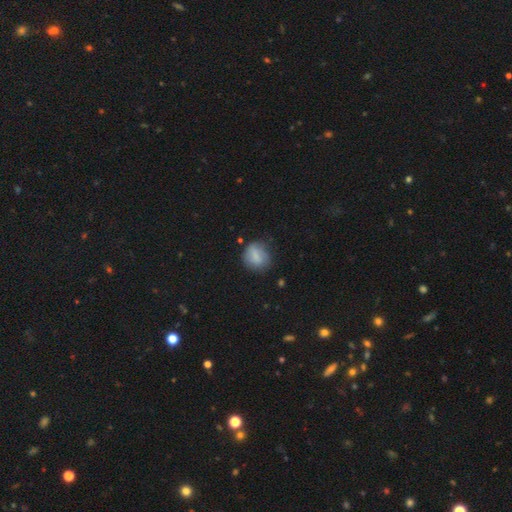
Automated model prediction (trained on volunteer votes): Smooth or featured: smooth — 73% (featured or disk — 18%)
How rounded: round — 58% (in between — 39%)
Merging: none — 64% (minor disturbance — 25%)